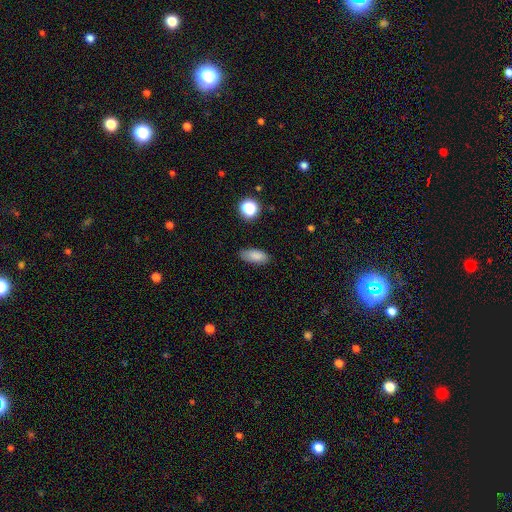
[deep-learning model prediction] This appears to be a smooth galaxy with no disk features (85%) that is in between round and cigar-shaped (85%). Merging: none (83%).